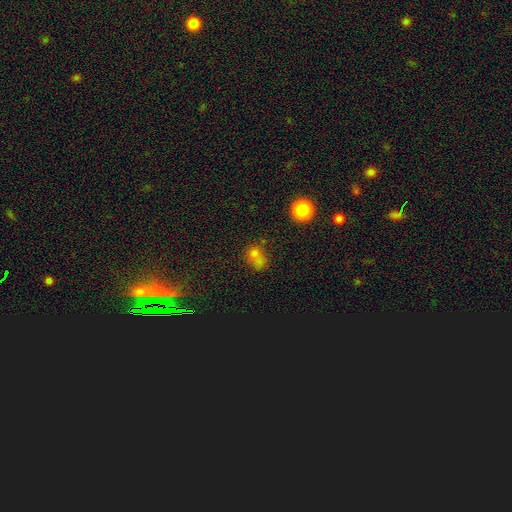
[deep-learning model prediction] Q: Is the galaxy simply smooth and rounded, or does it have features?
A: smooth — 65%.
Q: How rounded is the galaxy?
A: round — 51%.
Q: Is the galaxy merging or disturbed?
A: none — 41%.